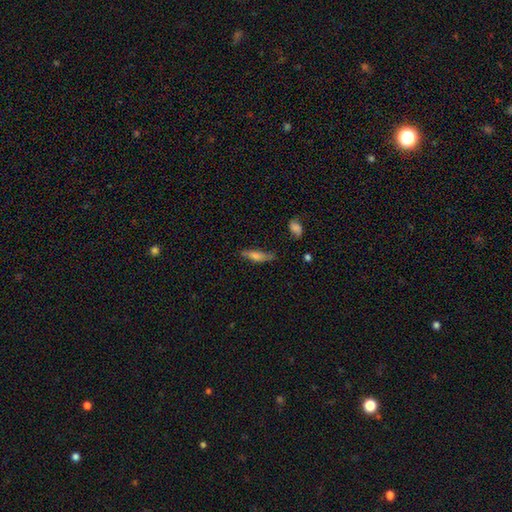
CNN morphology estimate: A smooth galaxy with no disk features (58%) that is cigar-shaped (61%).

Vote fractions:
- Smooth or featured? smooth: 58% / featured or disk: 33% / star or artifact: 9%
- How rounded? cigar-shaped: 61% / in between: 36% / round: 3%
- Merging? none: 65% / minor disturbance: 25% / major disturbance: 7% / merger: 3%